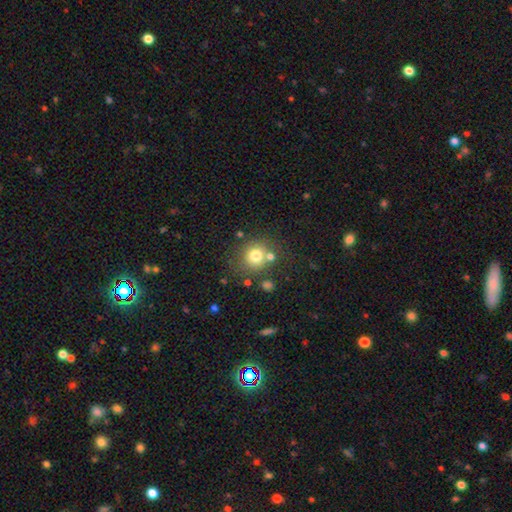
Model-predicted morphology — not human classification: smooth-or-featured: smooth: 75% | star or artifact: 14% | featured or disk: 11%
  how-rounded: round: 85% | in between: 14% | cigar-shaped: 1%
  merging: none: 69% | merger: 14% | minor disturbance: 12% | major disturbance: 5%